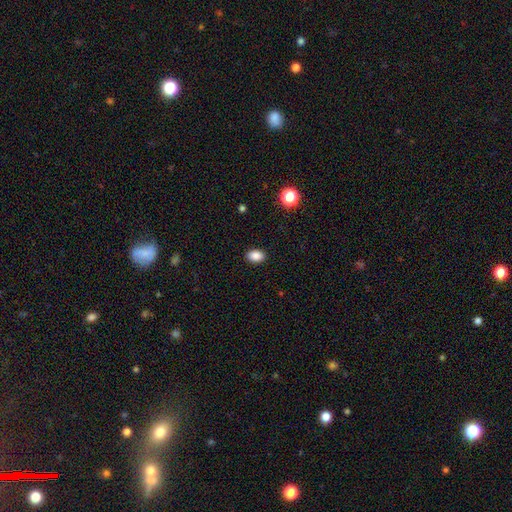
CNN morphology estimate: The model was most divided on "how rounded": in between: 81%, round: 18%, cigar-shaped: 1%. More confident: merging — none (90%); smooth or featured — smooth (87%).